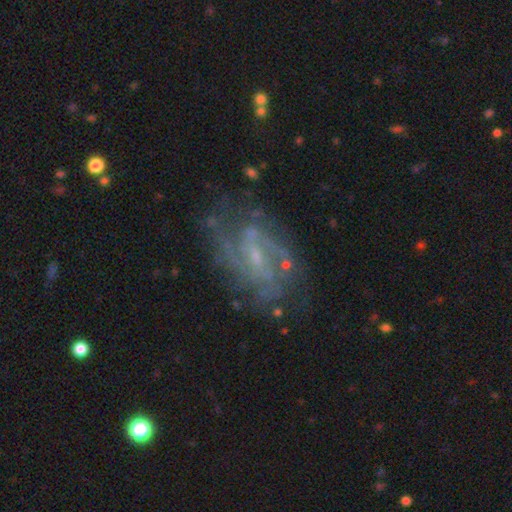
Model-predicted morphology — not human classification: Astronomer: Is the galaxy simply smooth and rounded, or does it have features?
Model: featured or disk — 83%.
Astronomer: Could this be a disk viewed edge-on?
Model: no — 96%.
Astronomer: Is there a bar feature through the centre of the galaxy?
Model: weak — 55%.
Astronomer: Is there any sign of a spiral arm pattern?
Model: yes — 91%.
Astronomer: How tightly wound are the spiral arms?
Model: medium — 46% (runner-up: tight, 34%).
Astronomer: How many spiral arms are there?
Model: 2 — 39% (runner-up: can't tell, 29%).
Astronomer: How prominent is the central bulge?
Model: small — 66%.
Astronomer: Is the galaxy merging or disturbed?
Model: none — 69%.